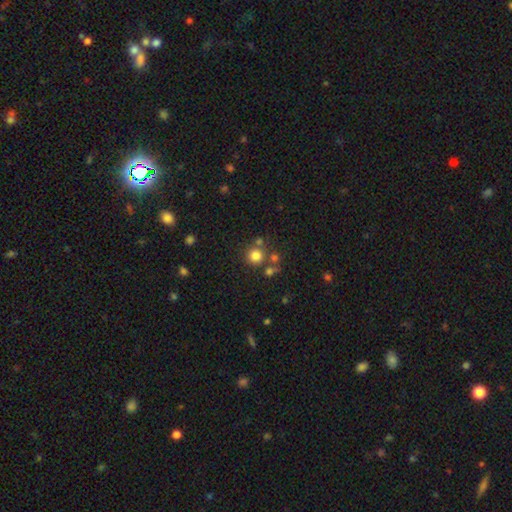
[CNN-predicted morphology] This is likely a smooth galaxy (78%). How rounded: clearly round (93%). Merging: likely none (73%).